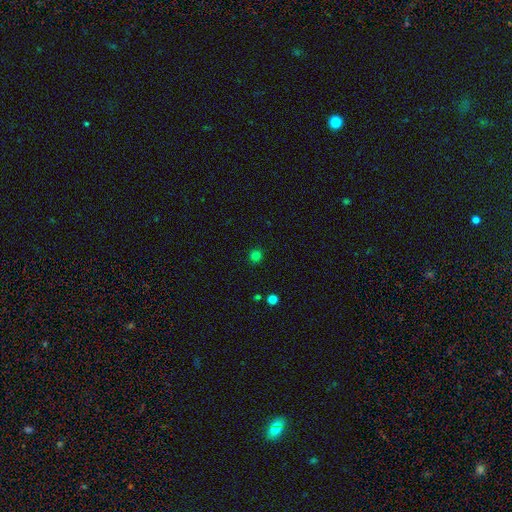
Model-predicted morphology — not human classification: Smooth or featured? smooth (79%)
How rounded? round (94%)
Merging? none (91%)